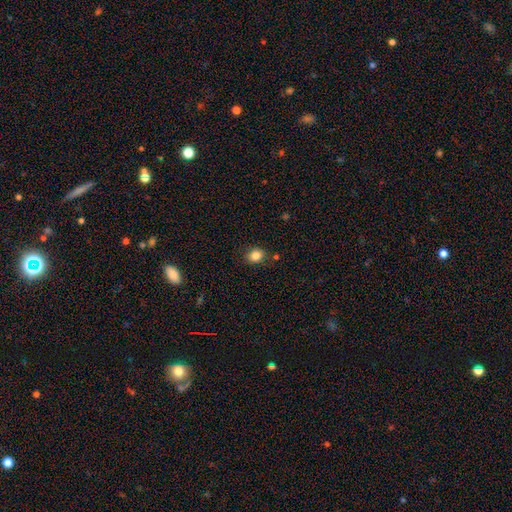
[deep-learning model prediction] Smooth or featured? smooth (84%)
How rounded? round (52%)
Merging? none (83%)